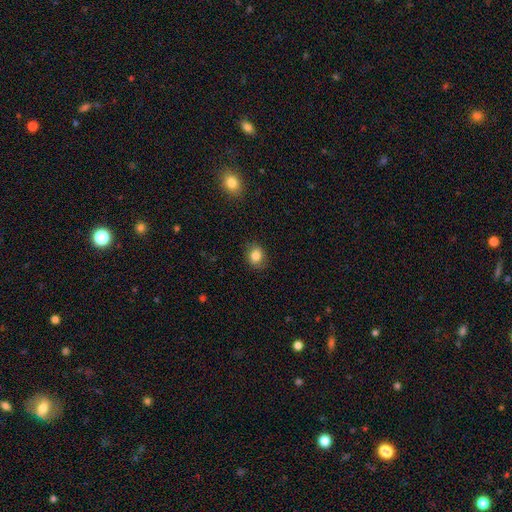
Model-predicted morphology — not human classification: Overall: smooth (83%). How rounded: round (55%; in between 44%). Merging: none (83%).